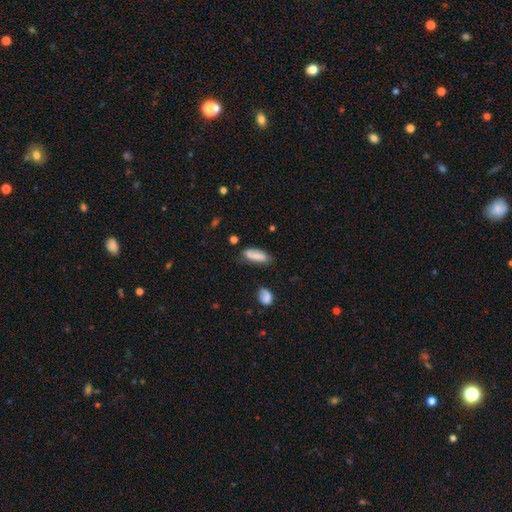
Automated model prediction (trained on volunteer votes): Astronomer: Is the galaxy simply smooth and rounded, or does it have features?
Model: smooth — 73%.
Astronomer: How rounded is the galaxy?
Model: in between — 66%.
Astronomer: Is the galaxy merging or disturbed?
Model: none — 66%.